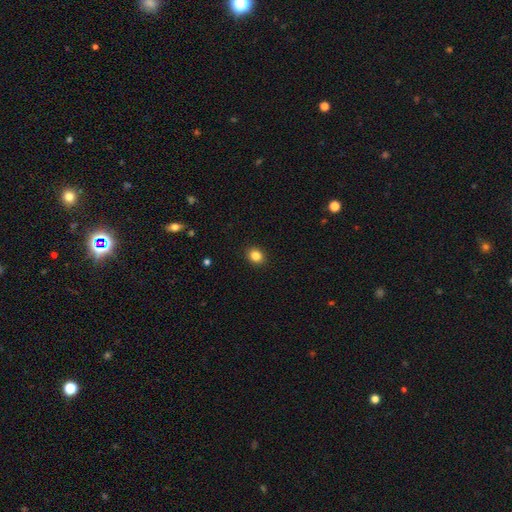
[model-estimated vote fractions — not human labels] A smooth galaxy with no disk features (85%) that is round (63%). Merging: none (91%).